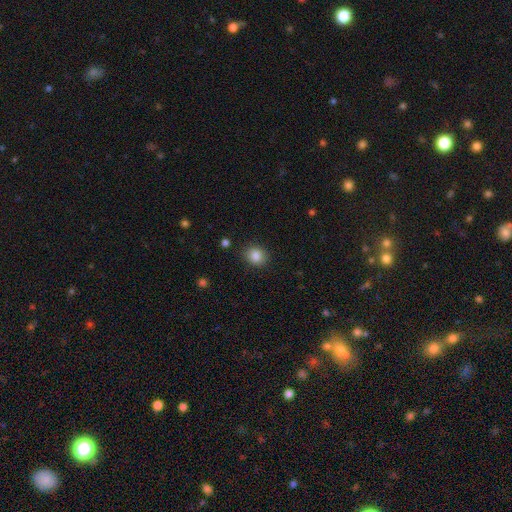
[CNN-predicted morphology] Smooth or featured?
  - smooth: 85% *
  - star or artifact: 10%
  - featured or disk: 5%
How rounded?
  - round: 68% *
  - in between: 31%
  - cigar-shaped: 1%
Merging?
  - none: 87% *
  - minor disturbance: 9%
  - major disturbance: 3%
  - merger: 1%